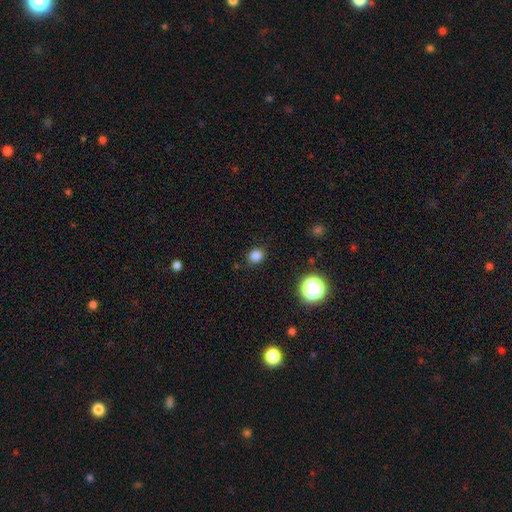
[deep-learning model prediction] Morphology: type=smooth (82%); roundness=round (63%); merging=none (87%).